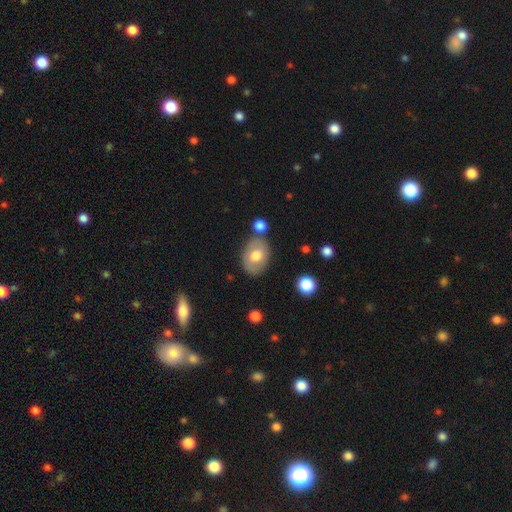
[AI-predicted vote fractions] smooth_or_featured: smooth (p=0.59) [alt: featured or disk p=0.35]
how_rounded: in between (p=0.74) [alt: round p=0.25]
merging: none (p=0.74) [alt: minor disturbance p=0.14]